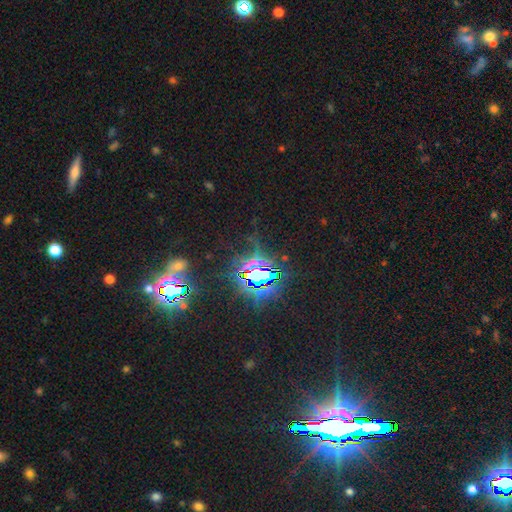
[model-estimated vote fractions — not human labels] smooth_or_featured: star or artifact (p=0.85) [alt: smooth p=0.08]